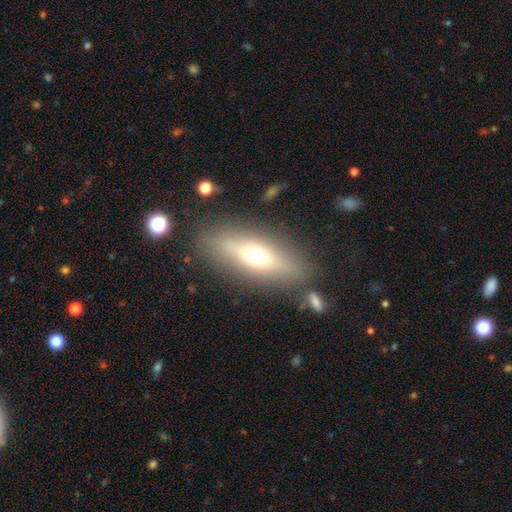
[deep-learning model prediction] smooth-or-featured: smooth: 55% | featured or disk: 36% | star or artifact: 9%
  how-rounded: in between: 55% | cigar-shaped: 41% | round: 4%
  merging: none: 82% | minor disturbance: 10% | major disturbance: 4% | merger: 3%